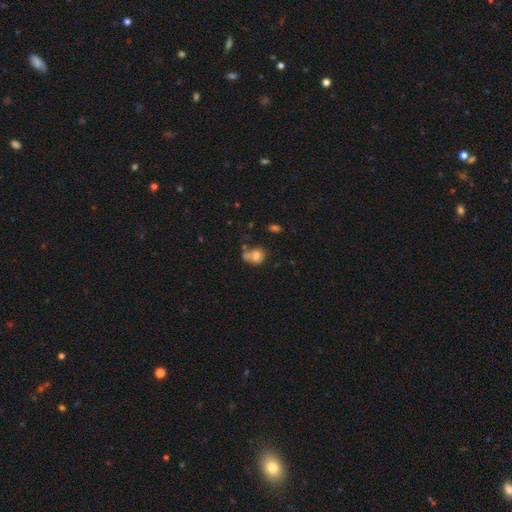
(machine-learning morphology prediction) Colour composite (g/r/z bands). It shows a smooth galaxy with no disk features (72%) that is round (56%). Merging: none (37%).